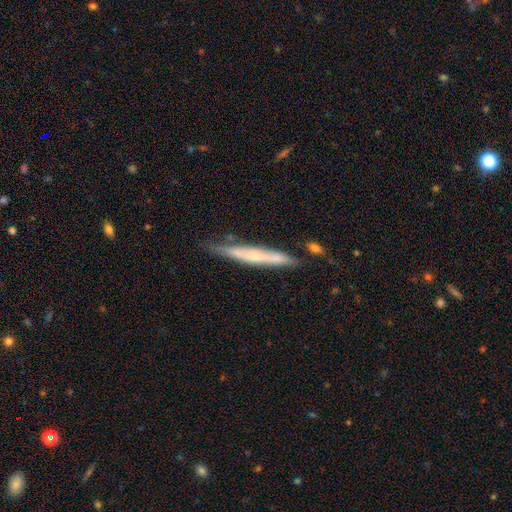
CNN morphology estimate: featured or disk 55%, smooth 39%, star or artifact 7%. Down the decision tree: edge-on disk — yes (89%); merging — none (70%).